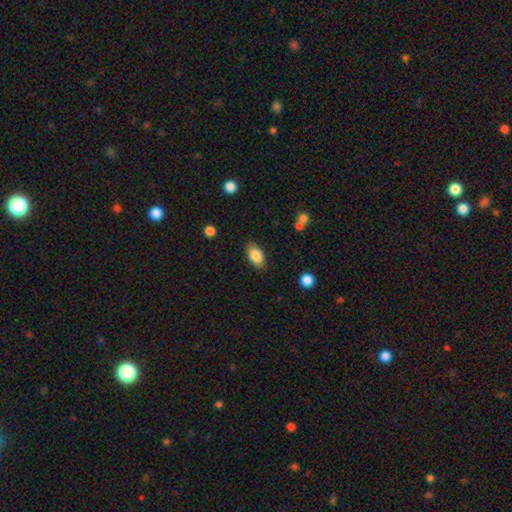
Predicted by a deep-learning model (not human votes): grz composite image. It shows a smooth galaxy with no disk features (84%) that is in between round and cigar-shaped (91%). Merging: none (84%).